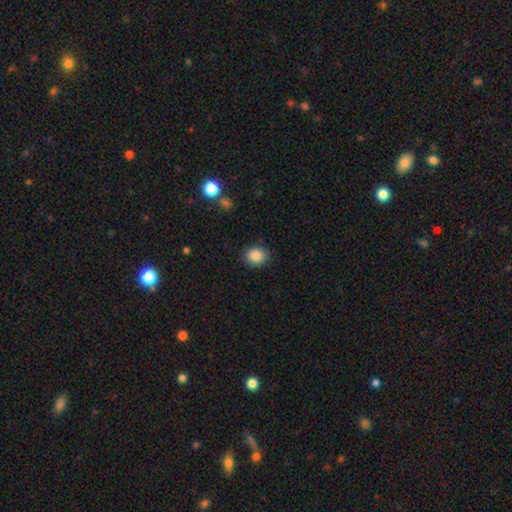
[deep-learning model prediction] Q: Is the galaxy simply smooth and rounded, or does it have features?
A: smooth — 88%.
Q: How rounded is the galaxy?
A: round — 65%.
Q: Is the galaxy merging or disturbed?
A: none — 86%.